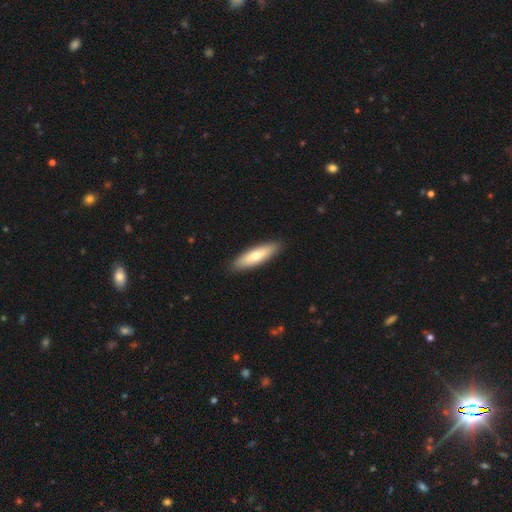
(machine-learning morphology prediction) type=smooth (65%); roundness=cigar-shaped (58%); merging=none (90%).